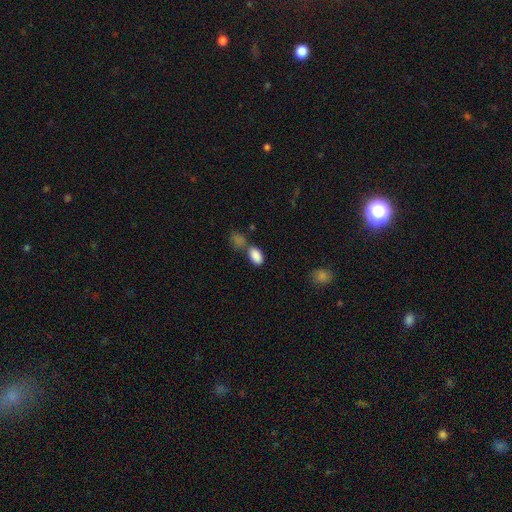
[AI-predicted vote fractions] Smooth or featured?
  - smooth: 86% *
  - star or artifact: 9%
  - featured or disk: 5%
How rounded?
  - in between: 92% *
  - round: 6%
  - cigar-shaped: 2%
Merging?
  - none: 50% *
  - merger: 30%
  - minor disturbance: 14%
  - major disturbance: 6%